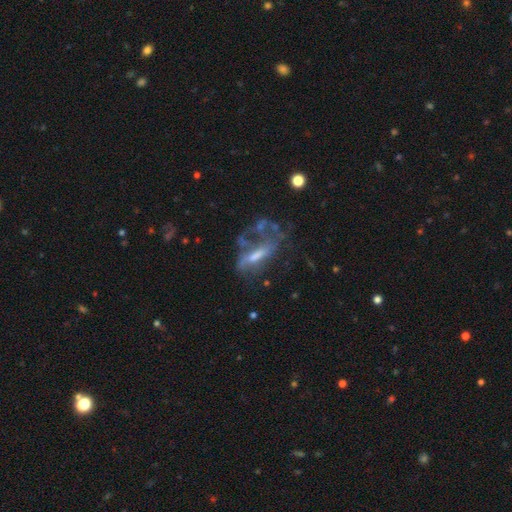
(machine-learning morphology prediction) Smooth or featured? Predicted: featured or disk (p=0.64). Edge-on disk? Predicted: no (p=0.83). Bar? Predicted: no (p=0.43). Spiral arms? Predicted: no (p=0.63). Bulge size? Predicted: moderate (p=0.37). Merging? Predicted: major disturbance (p=0.42).